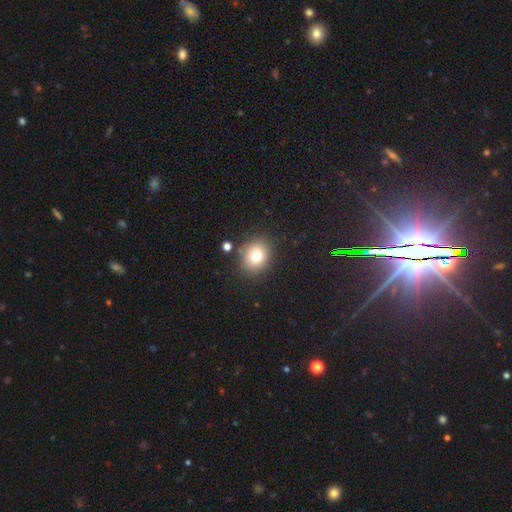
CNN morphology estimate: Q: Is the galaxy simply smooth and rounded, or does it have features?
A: smooth — 77%.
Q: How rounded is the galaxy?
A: round — 74%.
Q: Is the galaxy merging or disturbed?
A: none — 84%.